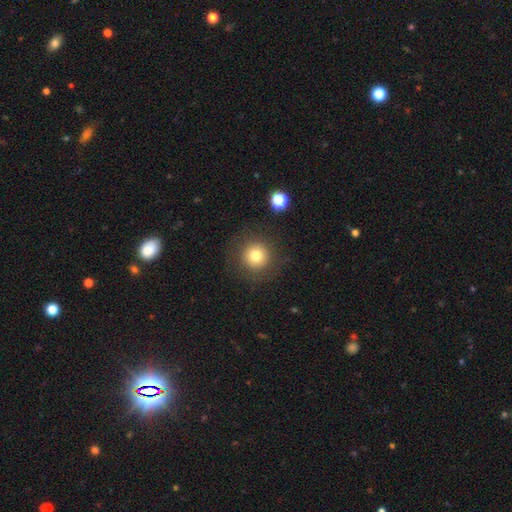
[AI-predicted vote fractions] Overall: smooth (77%). How rounded: round (95%). Merging: none (87%).